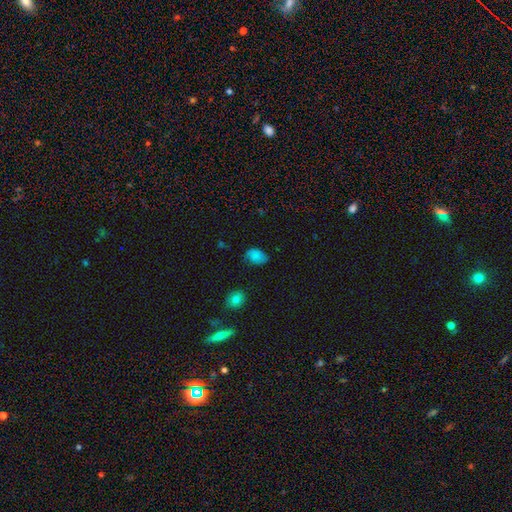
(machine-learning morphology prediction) Smooth or featured? Predicted: smooth (p=0.80). How rounded? Predicted: in between (p=0.83). Merging? Predicted: none (p=0.68).